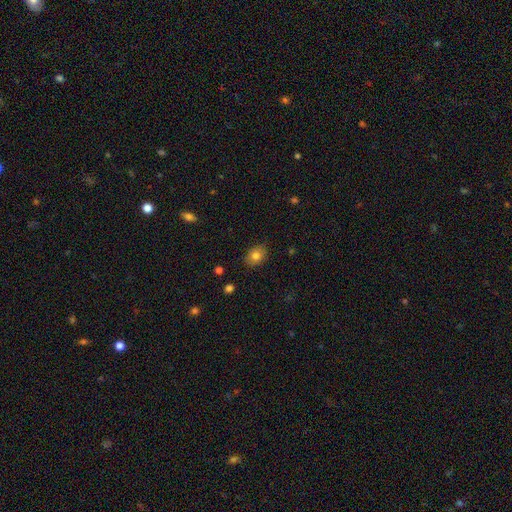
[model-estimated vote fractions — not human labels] Smooth or featured? smooth (81%)
How rounded? in between (66%)
Merging? none (86%)